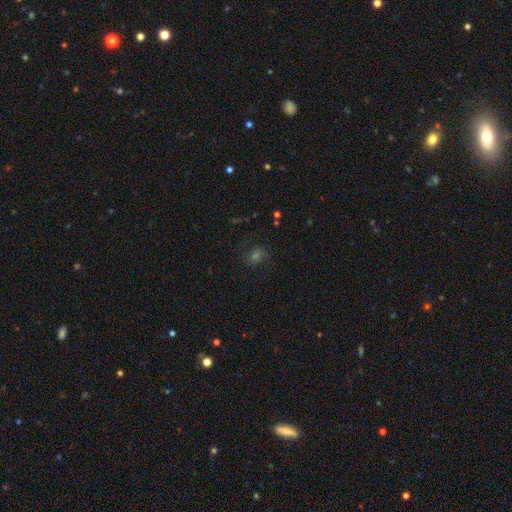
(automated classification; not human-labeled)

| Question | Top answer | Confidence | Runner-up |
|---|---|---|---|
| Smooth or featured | featured or disk | 35% | smooth (34%) |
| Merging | none | 76% | minor disturbance (13%) |